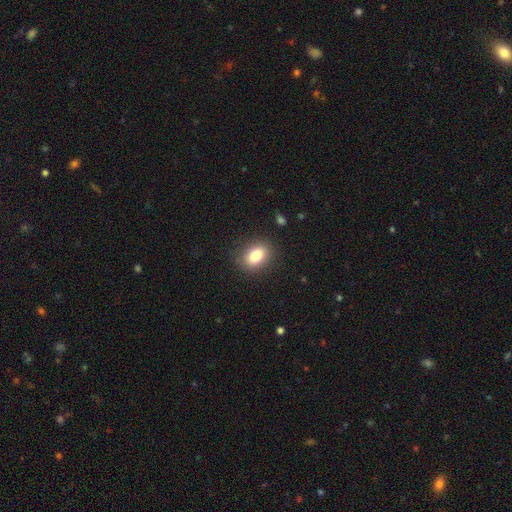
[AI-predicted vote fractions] A smooth galaxy with no disk features (81%) that is in between round and cigar-shaped (71%).

Vote fractions:
- Smooth or featured? smooth: 81% / star or artifact: 10% / featured or disk: 9%
- How rounded? in between: 71% / round: 27% / cigar-shaped: 1%
- Merging? none: 87% / minor disturbance: 9% / major disturbance: 3% / merger: 1%